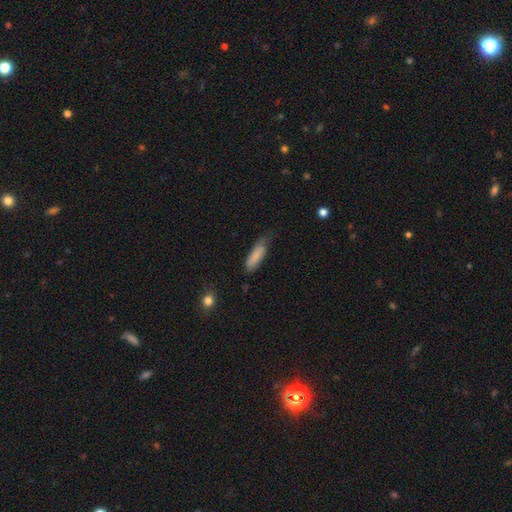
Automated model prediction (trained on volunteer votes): Morphology: type=smooth (83%); roundness=in between (51%); merging=none (54%).